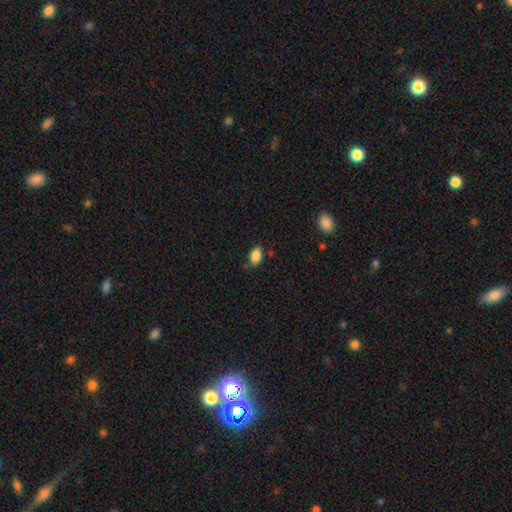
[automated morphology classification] smooth_or_featured: smooth (p=0.88) [alt: star or artifact p=0.09]
how_rounded: in between (p=0.87) [alt: round p=0.11]
merging: none (p=0.73) [alt: minor disturbance p=0.20]